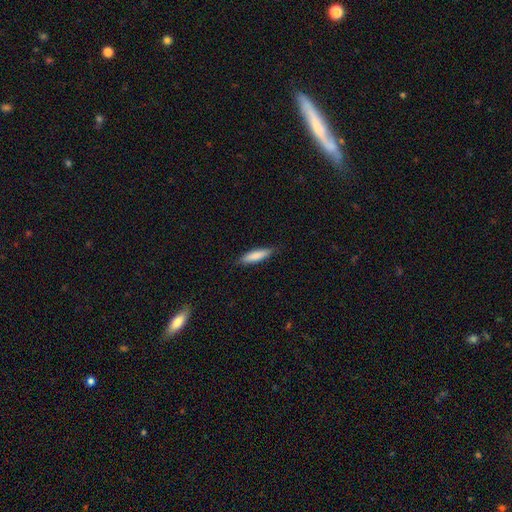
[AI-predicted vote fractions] smooth 82%, featured or disk 12%, star or artifact 6%. Down the decision tree: how rounded — cigar-shaped (72%); merging — none (85%).